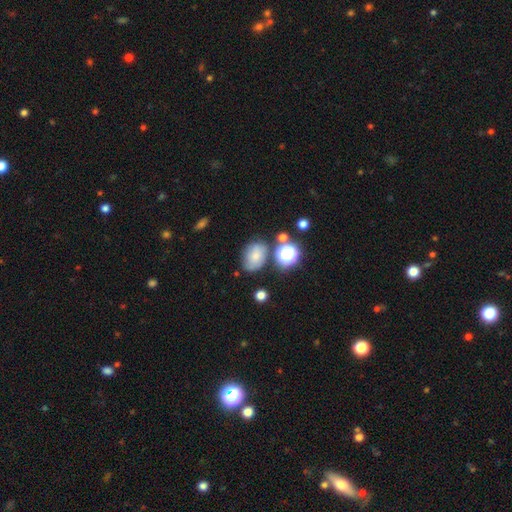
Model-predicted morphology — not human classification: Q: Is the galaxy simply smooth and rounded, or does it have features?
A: smooth — 65%.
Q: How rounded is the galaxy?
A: in between — 70%.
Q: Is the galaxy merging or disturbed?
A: none — 59%.